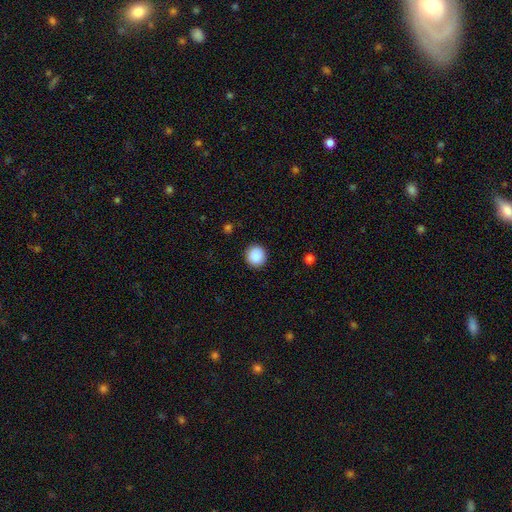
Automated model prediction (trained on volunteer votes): smooth 89%, star or artifact 8%, featured or disk 3%. Down the decision tree: how rounded — round (93%); merging — none (91%).